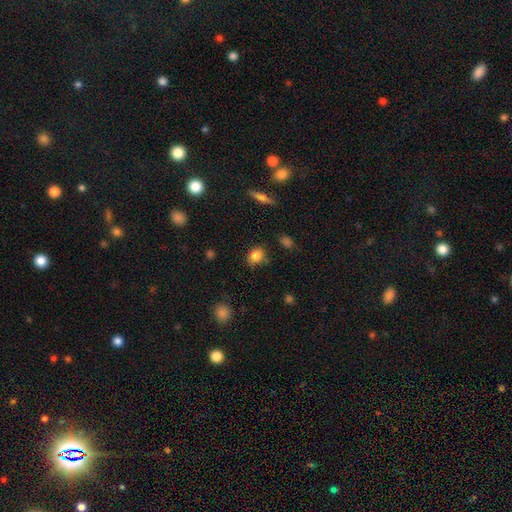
smooth-or-featured: smooth: 72% | featured or disk: 18% | star or artifact: 10%
  how-rounded: in between: 55% | round: 45% | cigar-shaped: 0%
  merging: none: 67% | minor disturbance: 28% | major disturbance: 6% | merger: 0%